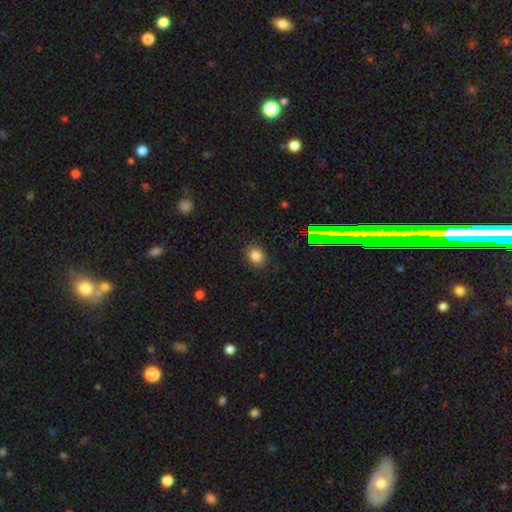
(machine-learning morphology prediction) Overall: smooth (80%). How rounded: round (58%; in between 41%). Merging: none (87%).